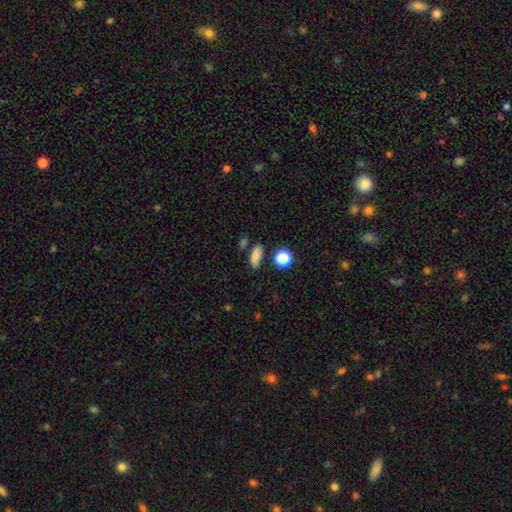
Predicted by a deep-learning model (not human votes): Q: Smooth or featured?
A: smooth (83%); runner-up: star or artifact (12%)
Q: How rounded?
A: in between (72%); runner-up: cigar-shaped (17%)
Q: Merging?
A: none (80%); runner-up: minor disturbance (11%)